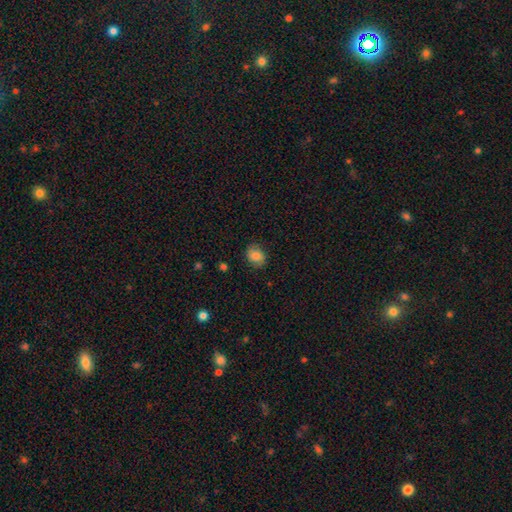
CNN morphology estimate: The model was most divided on "how rounded": round: 55%, in between: 44%, cigar-shaped: 1%. More confident: merging — none (78%); smooth or featured — smooth (73%).